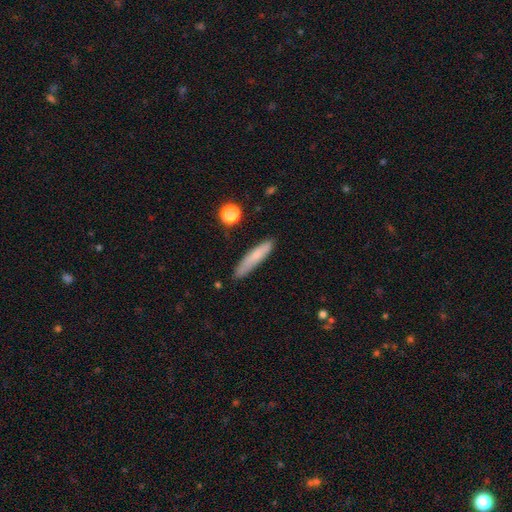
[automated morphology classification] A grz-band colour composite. It shows a smooth galaxy with no disk features (72%) that is cigar-shaped (87%). Merging: none (82%).